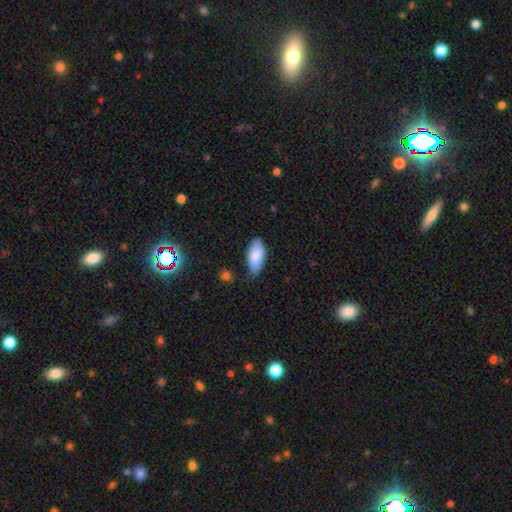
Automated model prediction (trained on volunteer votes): The model was most divided on "merging": none: 71%, minor disturbance: 23%, major disturbance: 4%, merger: 2%. More confident: how rounded — in between (90%); smooth or featured — smooth (83%).